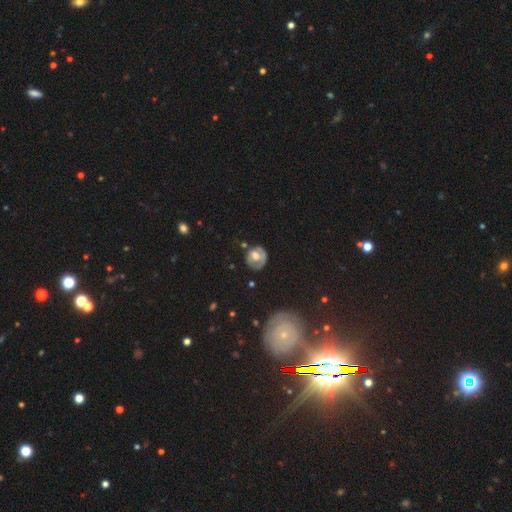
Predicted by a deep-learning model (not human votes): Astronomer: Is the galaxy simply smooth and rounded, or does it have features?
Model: smooth — 48% (runner-up: featured or disk, 44%).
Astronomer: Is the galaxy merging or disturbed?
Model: none — 54%.